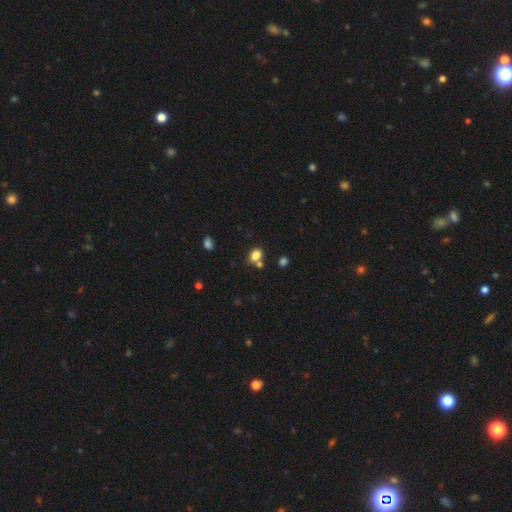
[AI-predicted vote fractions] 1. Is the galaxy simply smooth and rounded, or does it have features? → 82% smooth, 12% star or artifact, 6% featured or disk.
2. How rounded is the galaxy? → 62% in between, 37% round, 1% cigar-shaped.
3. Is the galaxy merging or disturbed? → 57% none, 26% merger, 13% minor disturbance, 5% major disturbance.